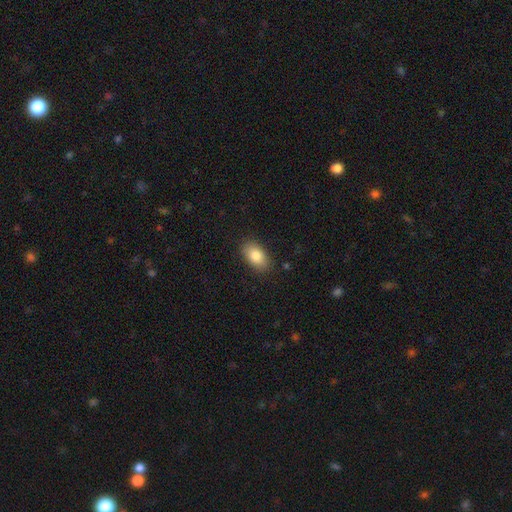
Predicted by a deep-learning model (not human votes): This appears to be a smooth galaxy with no disk features (84%) that is in between round and cigar-shaped (92%). Merging: none (86%).